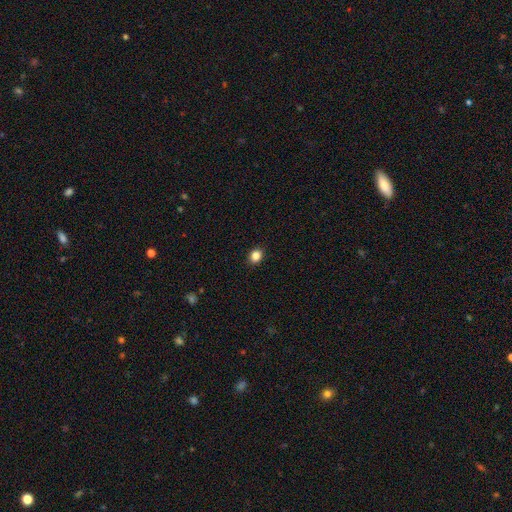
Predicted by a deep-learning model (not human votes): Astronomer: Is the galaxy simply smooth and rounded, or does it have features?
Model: smooth — 85%.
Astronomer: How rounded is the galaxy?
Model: round — 58% (runner-up: in between, 41%).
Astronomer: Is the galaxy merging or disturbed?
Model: none — 90%.